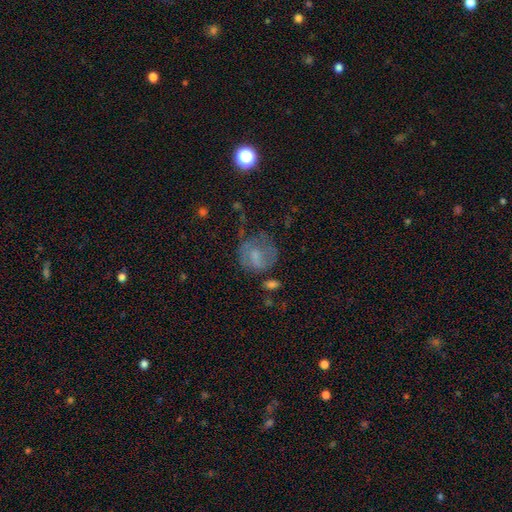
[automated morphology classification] The model was most divided on "merging": none: 41%, major disturbance: 29%, minor disturbance: 25%, merger: 5%. More confident: how rounded — round (73%); smooth or featured — smooth (54%).